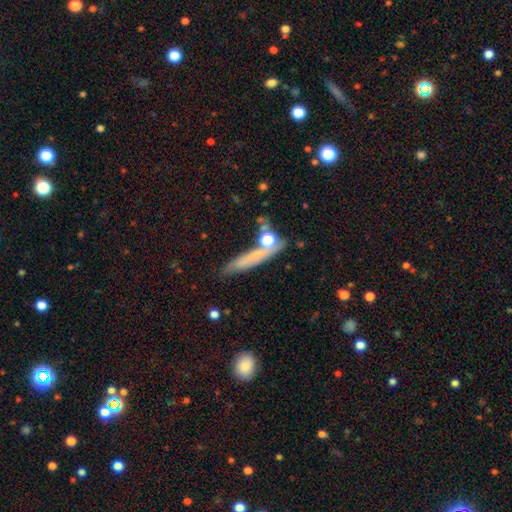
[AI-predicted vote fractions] Smooth or featured?
  - smooth: 58% *
  - featured or disk: 29%
  - star or artifact: 13%
How rounded?
  - cigar-shaped: 79% *
  - in between: 12%
  - round: 9%
Merging?
  - none: 65% *
  - minor disturbance: 16%
  - merger: 12%
  - major disturbance: 7%